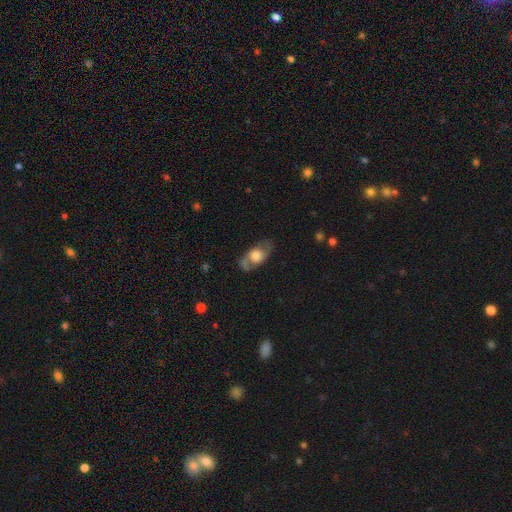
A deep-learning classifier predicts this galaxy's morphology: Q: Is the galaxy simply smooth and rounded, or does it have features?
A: featured or disk — 53%.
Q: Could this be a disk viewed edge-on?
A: no — 83%.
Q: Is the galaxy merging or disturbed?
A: none — 69%.